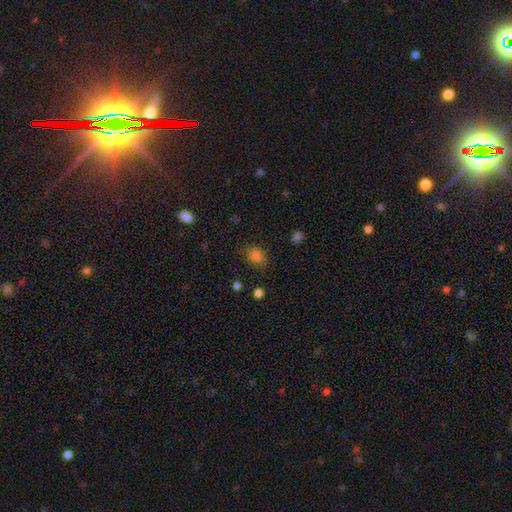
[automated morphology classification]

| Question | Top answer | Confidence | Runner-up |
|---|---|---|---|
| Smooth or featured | smooth | 79% | star or artifact (14%) |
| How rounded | in between | 55% | round (44%) |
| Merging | none | 73% | minor disturbance (20%) |